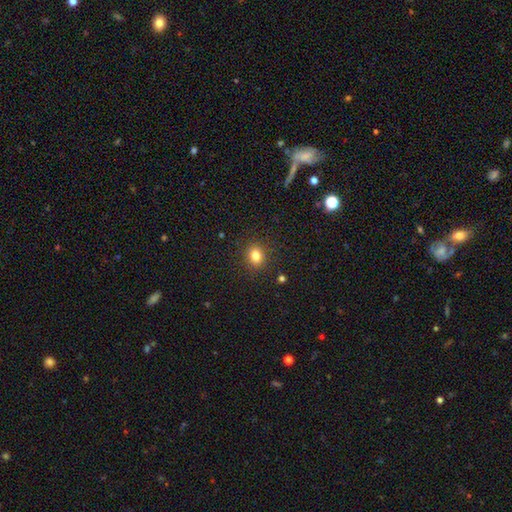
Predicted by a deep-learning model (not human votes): Smooth or featured? Predicted: smooth (p=0.82). How rounded? Predicted: round (p=0.55). Merging? Predicted: none (p=0.88).